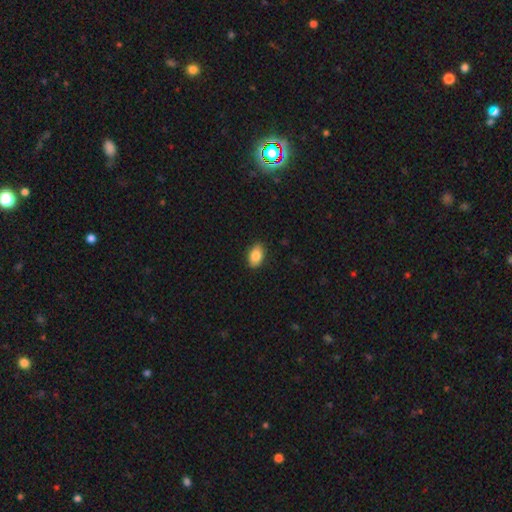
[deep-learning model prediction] smooth 86%, star or artifact 7%, featured or disk 6%. Down the decision tree: how rounded — in between (87%); merging — none (88%).